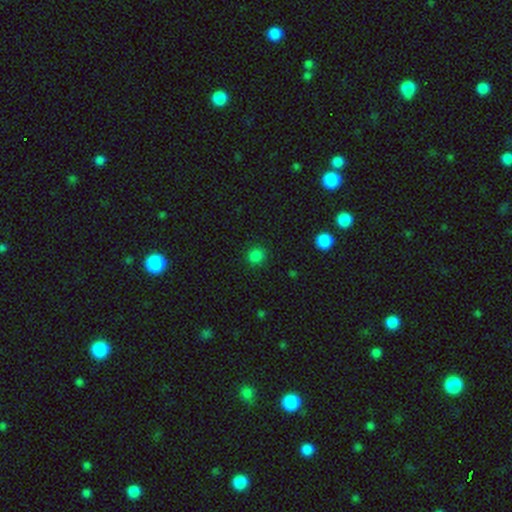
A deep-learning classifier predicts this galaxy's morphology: smooth-or-featured: smooth: 84% | star or artifact: 14% | featured or disk: 3%
  how-rounded: round: 88% | in between: 11% | cigar-shaped: 1%
  merging: none: 89% | minor disturbance: 7% | major disturbance: 2% | merger: 1%